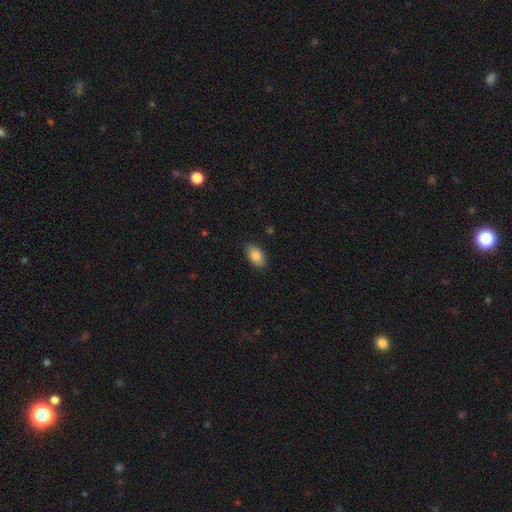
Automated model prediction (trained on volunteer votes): smooth_or_featured: smooth (p=0.84) [alt: featured or disk p=0.09]
how_rounded: in between (p=0.92) [alt: round p=0.05]
merging: none (p=0.87) [alt: minor disturbance p=0.10]